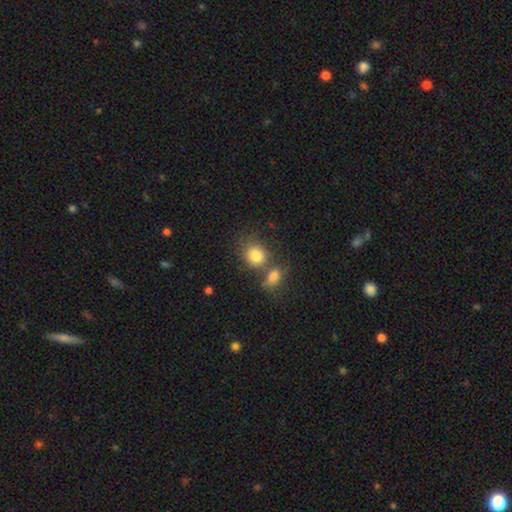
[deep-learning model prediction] smooth 81%, star or artifact 10%, featured or disk 9%. Down the decision tree: how rounded — round (70%); merging — none (50%).